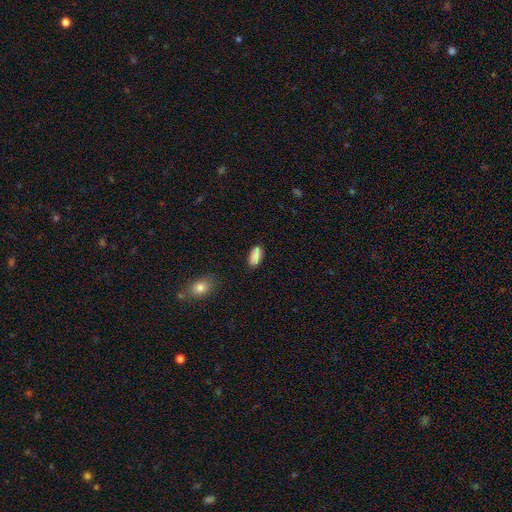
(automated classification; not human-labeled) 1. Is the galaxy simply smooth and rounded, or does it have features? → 87% smooth, 7% star or artifact, 5% featured or disk.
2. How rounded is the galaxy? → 89% in between, 8% cigar-shaped, 2% round.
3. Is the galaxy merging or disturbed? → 81% none, 14% minor disturbance, 3% major disturbance, 2% merger.